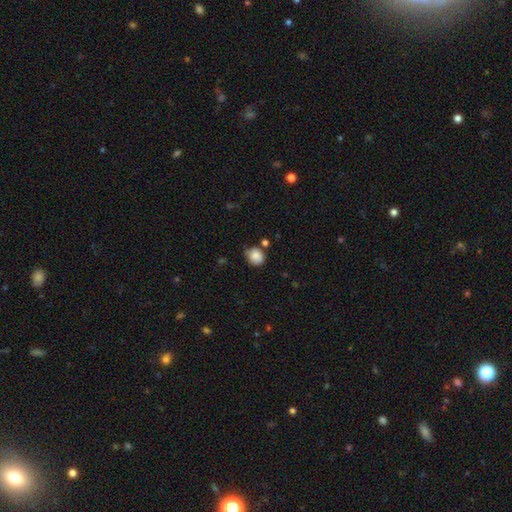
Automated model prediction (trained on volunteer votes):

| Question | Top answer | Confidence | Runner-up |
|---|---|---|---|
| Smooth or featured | smooth | 85% | star or artifact (9%) |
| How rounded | round | 72% | in between (27%) |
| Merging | none | 59% | minor disturbance (29%) |